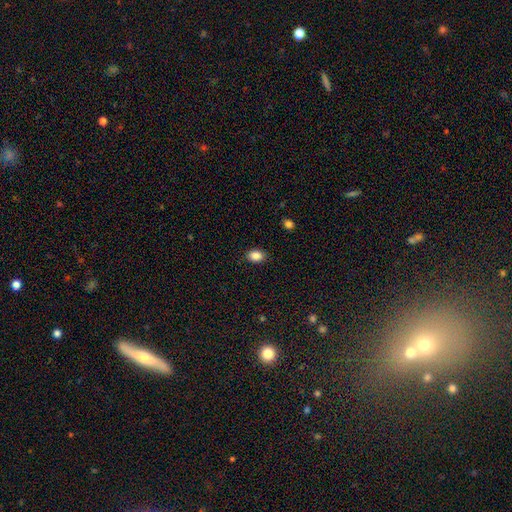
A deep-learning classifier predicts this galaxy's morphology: smooth 87%, star or artifact 9%, featured or disk 4%. Down the decision tree: how rounded — in between (76%); merging — none (88%).